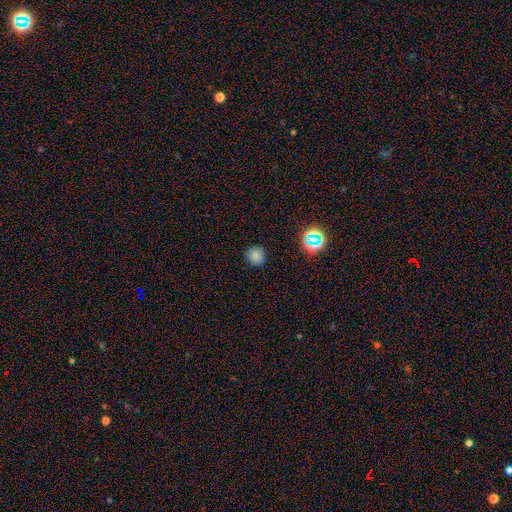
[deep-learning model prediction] Overall: smooth (77%). How rounded: round (91%). Merging: none (87%).